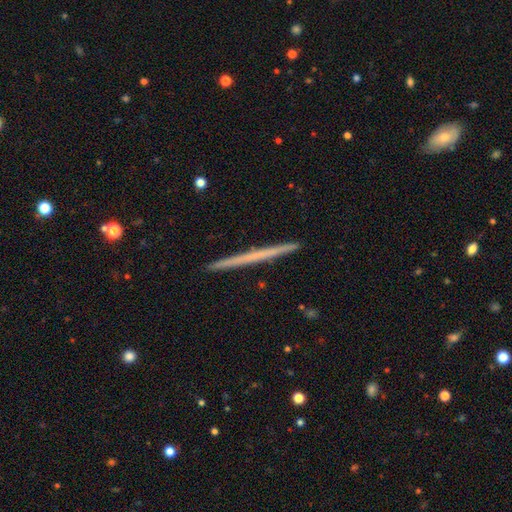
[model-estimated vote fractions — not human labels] Smooth or featured: featured or disk — 53% (smooth — 41%)
Edge-on disk: yes — 98% (no — 2%)
Edge-on bulge: none — 92% (rounded — 6%)
Merging: none — 93% (minor disturbance — 5%)